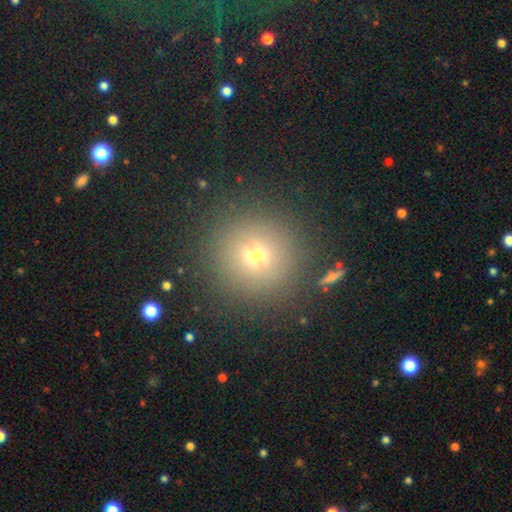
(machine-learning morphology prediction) smooth 65%, star or artifact 22%, featured or disk 13%. Down the decision tree: how rounded — round (94%); merging — none (86%).